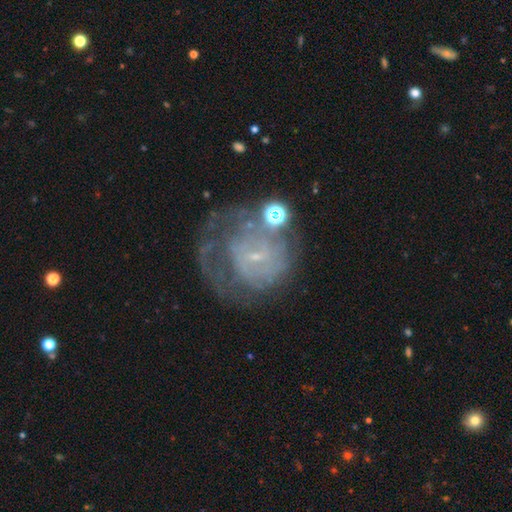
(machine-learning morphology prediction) smooth-or-featured: featured or disk: 72% | smooth: 16% | star or artifact: 12%
  disk-edge-on: no: 97% | yes: 3%
    bar: no: 47% | weak: 43% | strong: 10%
    has-spiral-arms: yes: 77% | no: 23%
      spiral-winding: tight: 52% | medium: 32% | loose: 15%
      spiral-arm-count: can't tell: 49% | 2: 21% | 1: 11% | 3: 10% | 4: 5% | more than 4: 4%
    bulge-size: small: 74% | none: 16% | moderate: 8% | large: 1% | dominant: 1%
  merging: none: 46% | major disturbance: 26% | minor disturbance: 19% | merger: 8%